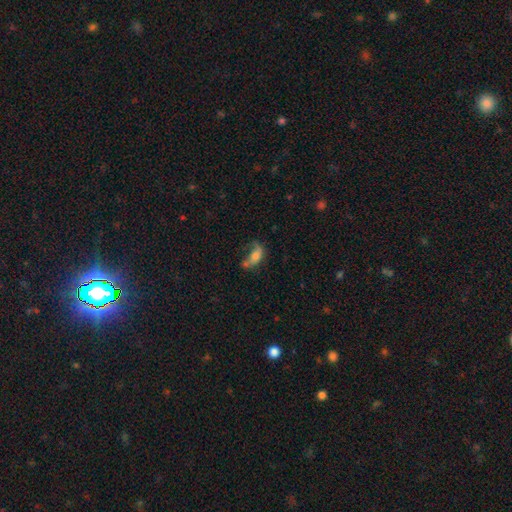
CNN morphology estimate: smooth-or-featured: smooth: 56% | featured or disk: 33% | star or artifact: 11%
  how-rounded: in between: 81% | cigar-shaped: 11% | round: 7%
  merging: major disturbance: 30% | none: 28% | minor disturbance: 21% | merger: 21%